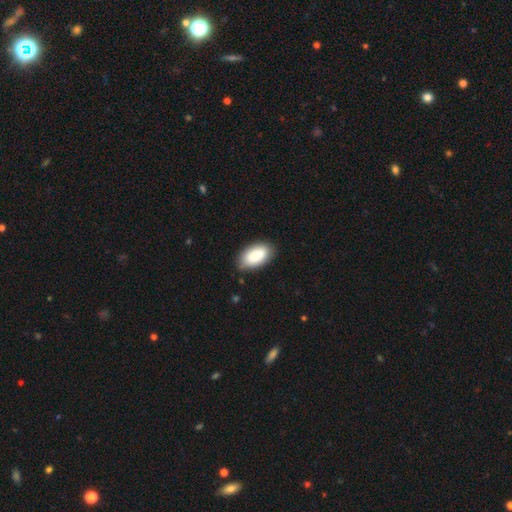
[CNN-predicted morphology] smooth 86%, featured or disk 8%, star or artifact 6%. Down the decision tree: how rounded — in between (95%); merging — none (80%).